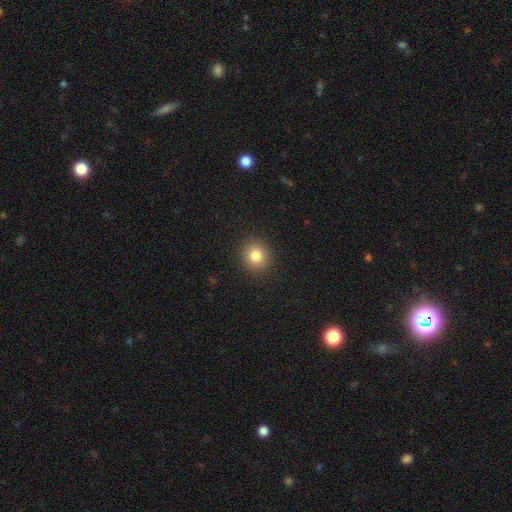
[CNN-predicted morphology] Overall: smooth (83%). How rounded: round (87%). Merging: none (91%).